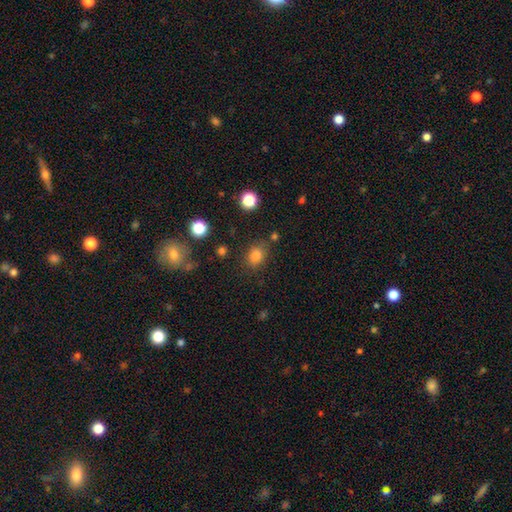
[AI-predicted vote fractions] A smooth galaxy with no disk features (81%) that is in between round and cigar-shaped (51%). Merging: none (74%).